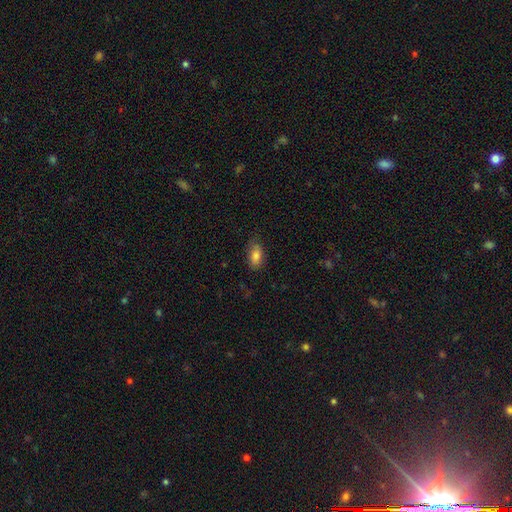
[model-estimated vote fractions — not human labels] Smooth or featured? smooth (82%)
How rounded? in between (90%)
Merging? none (74%)